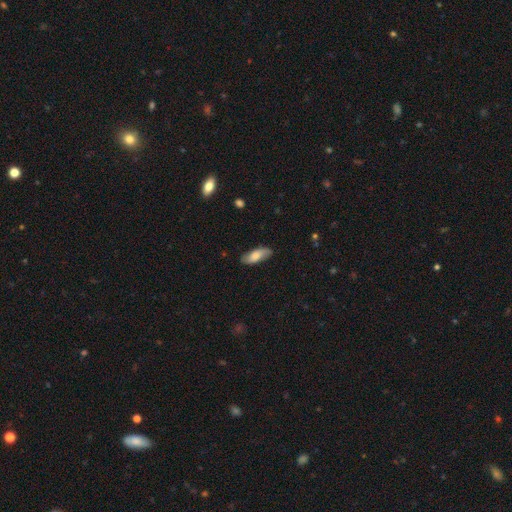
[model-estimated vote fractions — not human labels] This appears to be a smooth galaxy with no disk features (73%) that is in between round and cigar-shaped (74%). Merging: none (82%).